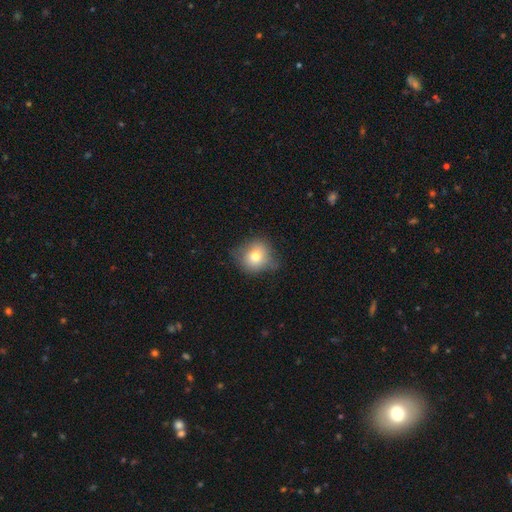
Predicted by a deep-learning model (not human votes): Q: Smooth or featured?
A: smooth (72%); runner-up: featured or disk (17%)
Q: How rounded?
A: round (81%); runner-up: in between (18%)
Q: Merging?
A: none (65%); runner-up: minor disturbance (27%)